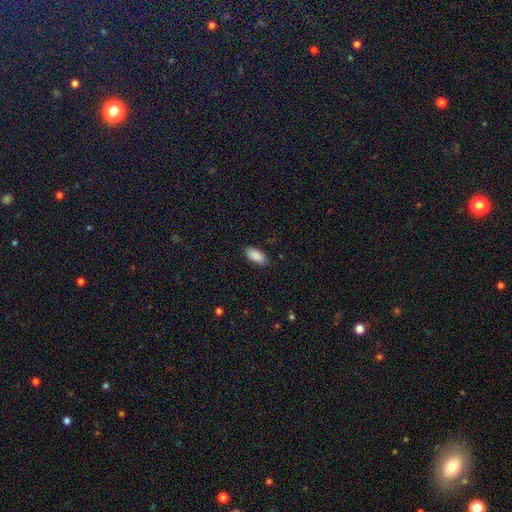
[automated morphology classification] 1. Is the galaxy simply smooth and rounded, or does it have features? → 89% smooth, 7% star or artifact, 4% featured or disk.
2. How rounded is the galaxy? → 92% in between, 5% cigar-shaped, 2% round.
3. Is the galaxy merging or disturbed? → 84% none, 12% minor disturbance, 3% major disturbance, 1% merger.